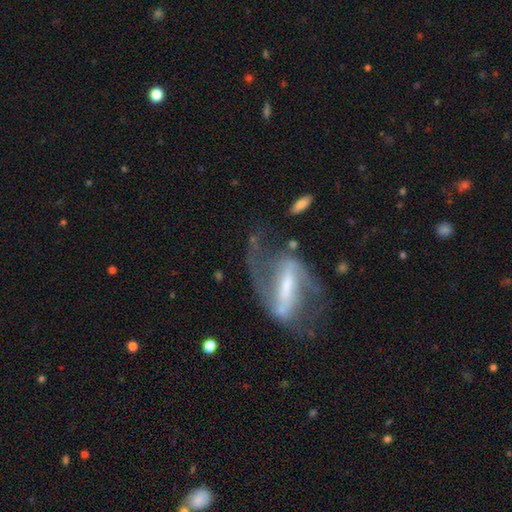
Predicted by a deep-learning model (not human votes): smooth-or-featured: featured or disk: 86% | smooth: 7% | star or artifact: 7%
  disk-edge-on: no: 92% | yes: 8%
    bar: strong: 65% | weak: 27% | no: 8%
    has-spiral-arms: yes: 93% | no: 7%
      spiral-winding: medium: 50% | loose: 34% | tight: 16%
      spiral-arm-count: 2: 86% | can't tell: 5% | 1: 5% | 3: 2% | 4: 1% | more than 4: 1%
    bulge-size: small: 43% | moderate: 32% | none: 14% | large: 8% | dominant: 2%
  merging: none: 62% | major disturbance: 18% | minor disturbance: 17% | merger: 3%